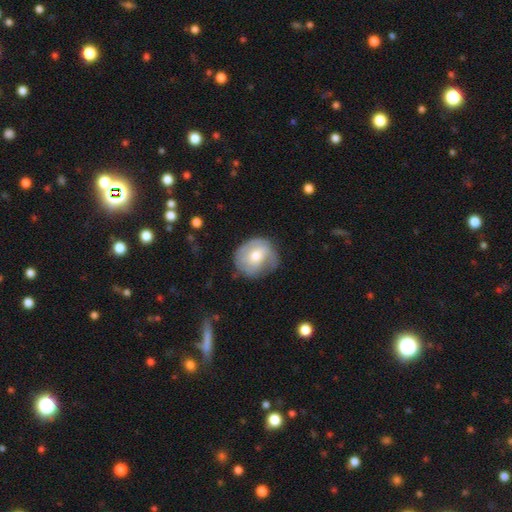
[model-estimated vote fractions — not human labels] Smooth or featured? smooth (53%)
How rounded? round (75%)
Merging? none (55%)